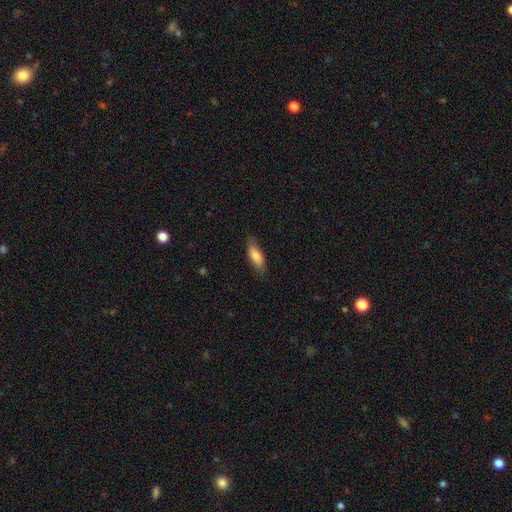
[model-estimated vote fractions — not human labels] Smooth or featured? Predicted: smooth (p=0.82). How rounded? Predicted: in between (p=0.70). Merging? Predicted: none (p=0.79).